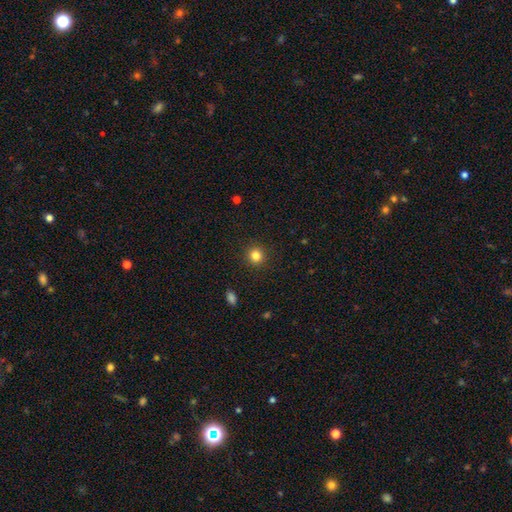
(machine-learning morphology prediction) Q: Smooth or featured?
A: smooth (83%); runner-up: star or artifact (12%)
Q: How rounded?
A: round (92%); runner-up: in between (7%)
Q: Merging?
A: none (92%); runner-up: minor disturbance (5%)